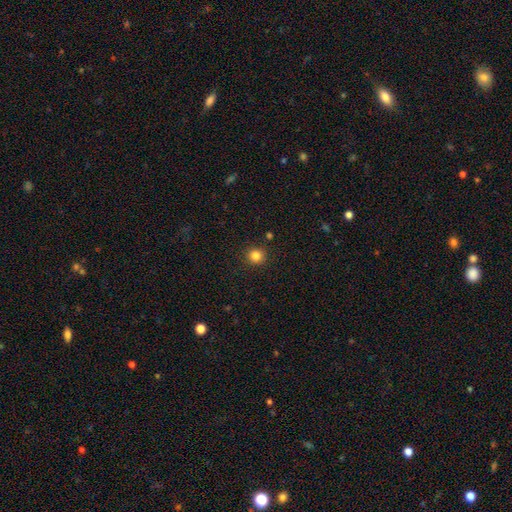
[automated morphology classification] A smooth galaxy with no disk features (83%) that is round (92%). Merging: none (90%).